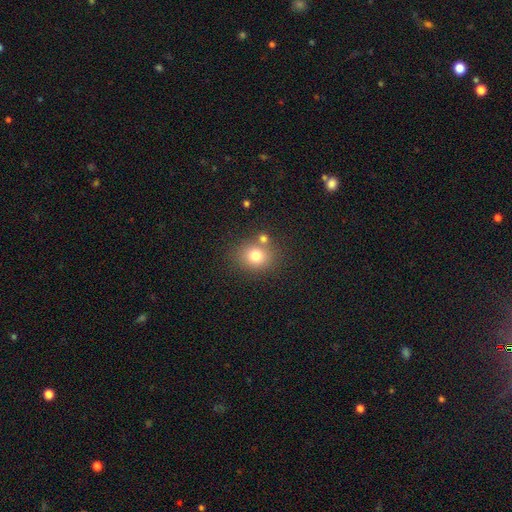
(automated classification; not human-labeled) A smooth galaxy with no disk features (77%) that is round (69%).

Vote fractions:
- Smooth or featured? smooth: 77% / star or artifact: 13% / featured or disk: 10%
- How rounded? round: 69% / in between: 30% / cigar-shaped: 1%
- Merging? none: 68% / merger: 17% / minor disturbance: 11% / major disturbance: 3%